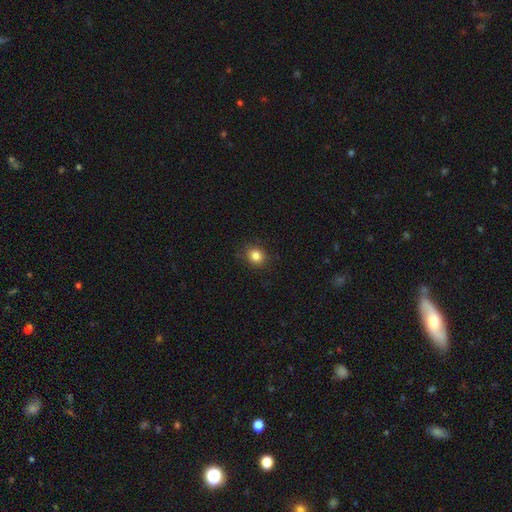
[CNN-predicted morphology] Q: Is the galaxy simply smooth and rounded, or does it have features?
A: smooth — 84%.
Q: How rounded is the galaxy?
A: round — 72%.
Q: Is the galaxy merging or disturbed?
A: none — 86%.